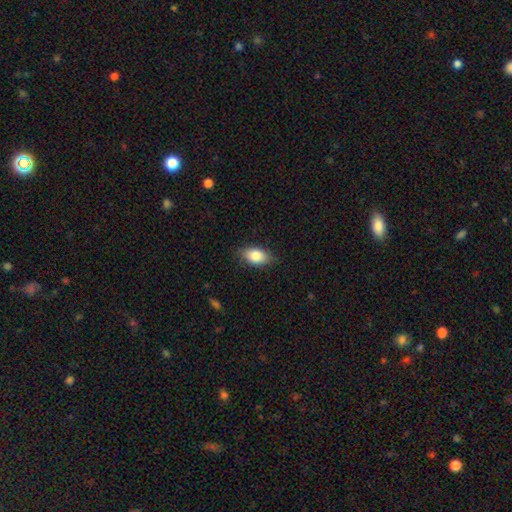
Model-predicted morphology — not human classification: A smooth galaxy with no disk features (83%) that is in between round and cigar-shaped (89%). Merging: none (81%).